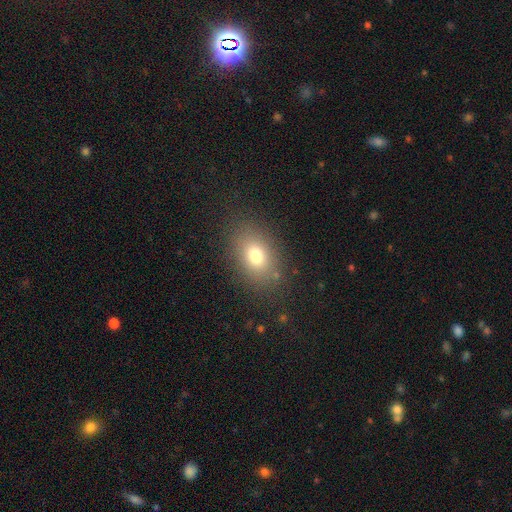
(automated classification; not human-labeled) This appears to be a smooth galaxy with no disk features (75%) that is in between round and cigar-shaped (73%). Merging: none (82%).